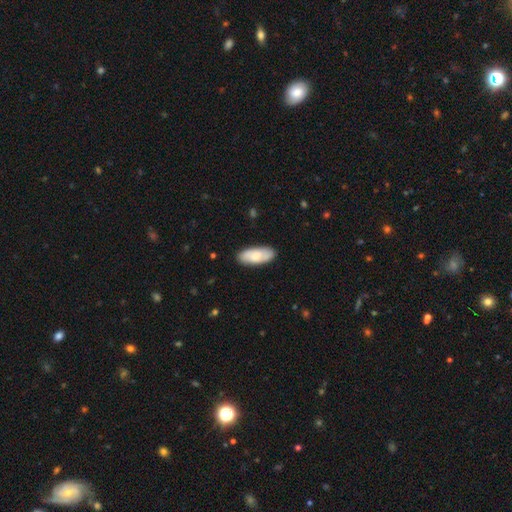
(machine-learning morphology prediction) Smooth or featured?
  - smooth: 73% *
  - featured or disk: 21%
  - star or artifact: 6%
How rounded?
  - in between: 83% *
  - cigar-shaped: 15%
  - round: 2%
Merging?
  - none: 86% *
  - minor disturbance: 11%
  - major disturbance: 2%
  - merger: 1%